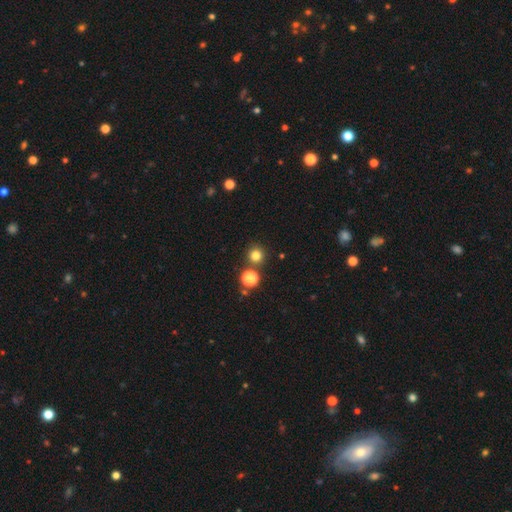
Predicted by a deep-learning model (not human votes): smooth-or-featured: smooth: 78% | star or artifact: 16% | featured or disk: 5%
  how-rounded: round: 94% | in between: 5% | cigar-shaped: 1%
  merging: none: 81% | merger: 10% | minor disturbance: 7% | major disturbance: 3%